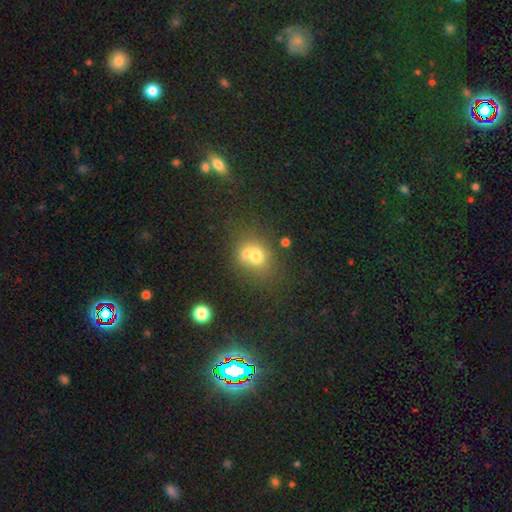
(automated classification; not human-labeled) This is likely a smooth galaxy (68%). How rounded: likely round (65%). Merging: possibly merger (46%).